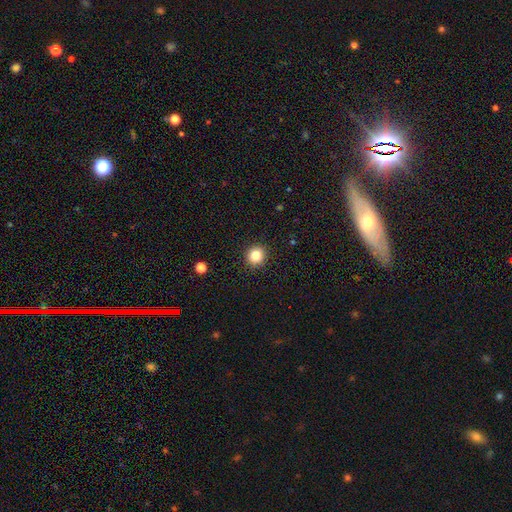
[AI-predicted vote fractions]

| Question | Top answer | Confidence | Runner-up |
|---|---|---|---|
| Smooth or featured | smooth | 83% | star or artifact (12%) |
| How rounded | round | 90% | in between (9%) |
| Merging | none | 92% | minor disturbance (5%) |